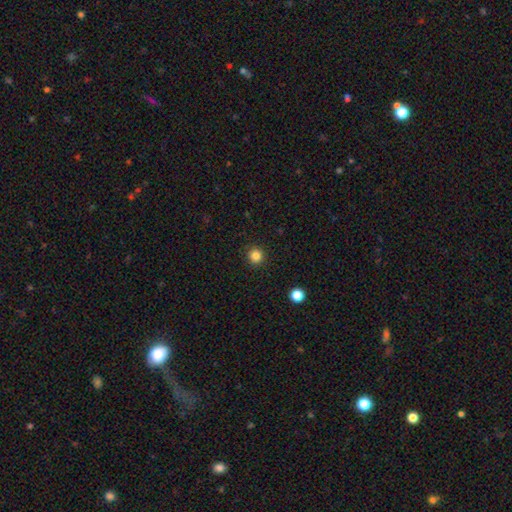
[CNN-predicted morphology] A smooth galaxy with no disk features (83%) that is round (94%).

Vote fractions:
- Smooth or featured? smooth: 83% / star or artifact: 12% / featured or disk: 4%
- How rounded? round: 94% / in between: 5% / cigar-shaped: 1%
- Merging? none: 92% / minor disturbance: 5% / major disturbance: 2% / merger: 1%